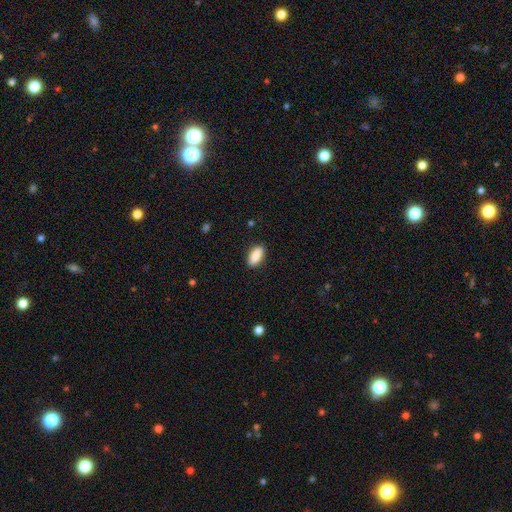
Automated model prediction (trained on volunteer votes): A smooth galaxy with no disk features (88%) that is in between round and cigar-shaped (87%).

Vote fractions:
- Smooth or featured? smooth: 88% / star or artifact: 7% / featured or disk: 6%
- How rounded? in between: 87% / cigar-shaped: 10% / round: 3%
- Merging? none: 88% / minor disturbance: 9% / major disturbance: 2% / merger: 1%